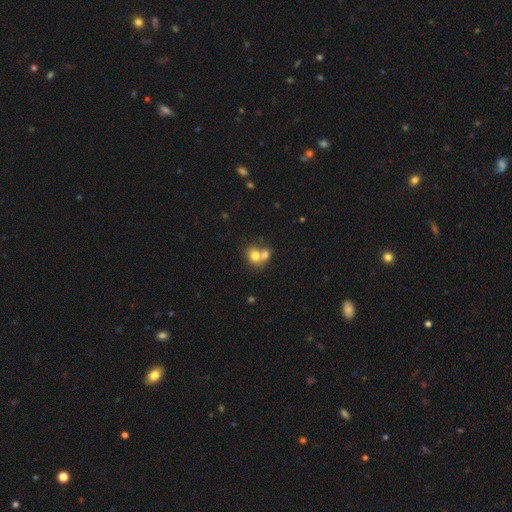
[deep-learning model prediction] Smooth or featured: smooth — 73% (featured or disk — 16%)
How rounded: round — 63% (in between — 36%)
Merging: merger — 59% (none — 31%)